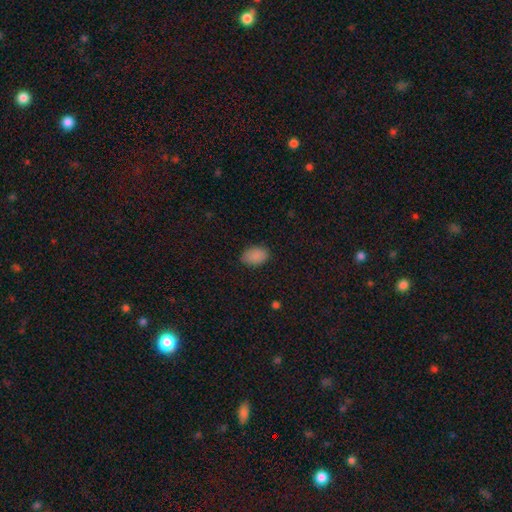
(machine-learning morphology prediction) Smooth or featured? smooth (87%)
How rounded? in between (86%)
Merging? none (81%)